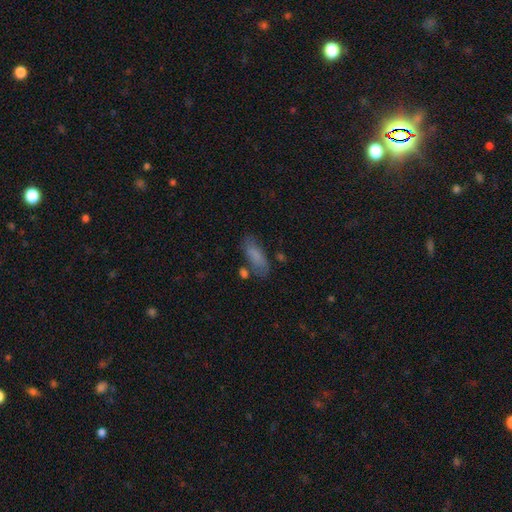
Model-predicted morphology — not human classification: This appears to be a smooth galaxy with no disk features (76%) that is in between round and cigar-shaped (72%). Merging: none (67%).